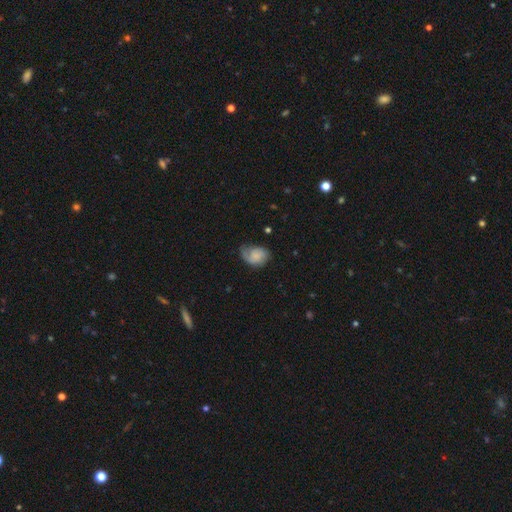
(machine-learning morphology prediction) smooth 56%, featured or disk 36%, star or artifact 8%. Down the decision tree: how rounded — in between (67%); merging — none (42%).